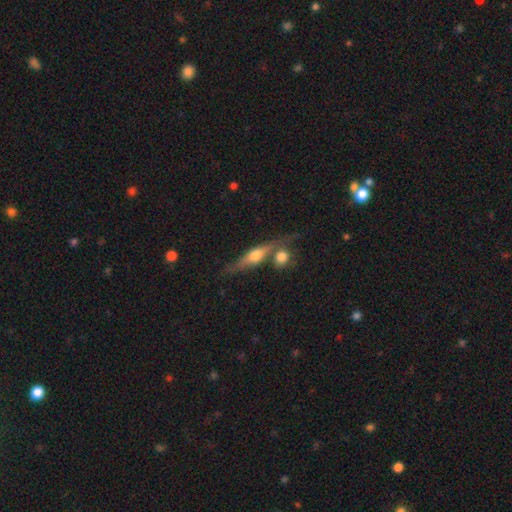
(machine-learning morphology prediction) This appears to be a featured or disk galaxy (61%) viewed edge-on (88%) with a rounded central bulge (92%). Merging: none (54%).